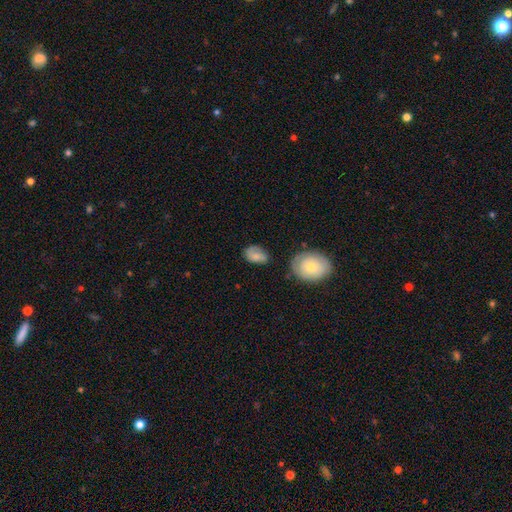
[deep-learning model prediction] smooth_or_featured: smooth (p=0.67) [alt: featured or disk p=0.24]
how_rounded: in between (p=0.83) [alt: round p=0.15]
merging: none (p=0.58) [alt: minor disturbance p=0.27]